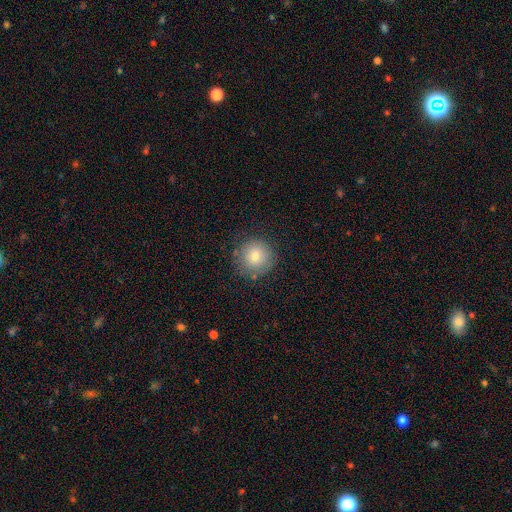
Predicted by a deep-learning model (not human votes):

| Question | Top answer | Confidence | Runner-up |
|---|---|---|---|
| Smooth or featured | smooth | 77% | featured or disk (12%) |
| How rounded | round | 95% | in between (5%) |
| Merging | none | 84% | minor disturbance (11%) |